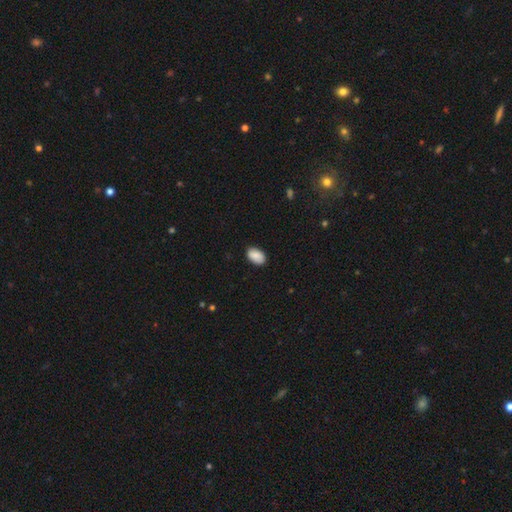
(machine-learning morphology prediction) Smooth or featured: smooth — 89% (star or artifact — 7%)
How rounded: in between — 93% (round — 6%)
Merging: none — 87% (minor disturbance — 10%)